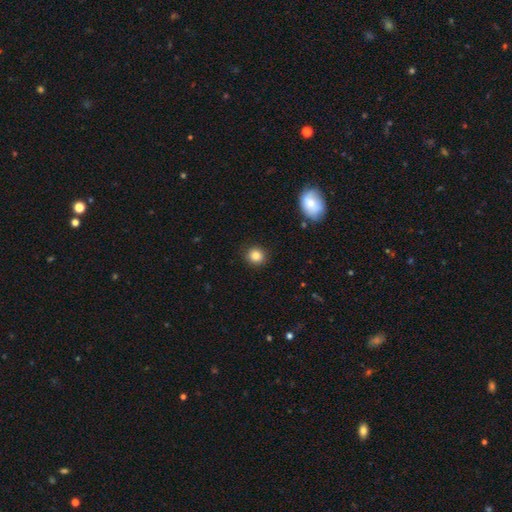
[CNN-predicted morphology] smooth_or_featured: smooth (p=0.84) [alt: star or artifact p=0.11]
how_rounded: round (p=0.87) [alt: in between p=0.12]
merging: none (p=0.91) [alt: minor disturbance p=0.06]